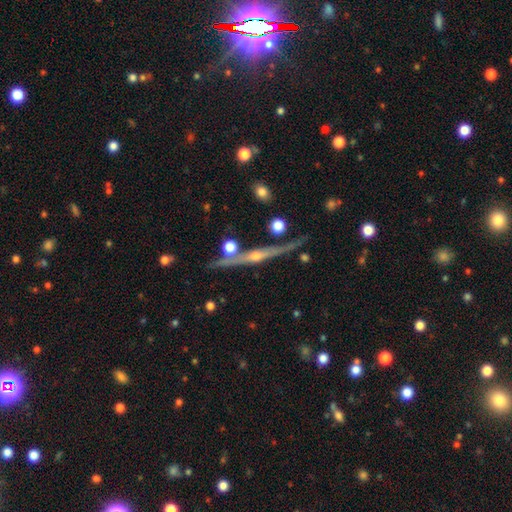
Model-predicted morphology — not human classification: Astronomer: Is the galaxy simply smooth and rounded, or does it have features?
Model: featured or disk — 74%.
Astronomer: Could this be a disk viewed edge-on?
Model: yes — 93%.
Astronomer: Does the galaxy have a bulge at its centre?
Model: rounded — 89%.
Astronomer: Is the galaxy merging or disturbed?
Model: none — 74%.